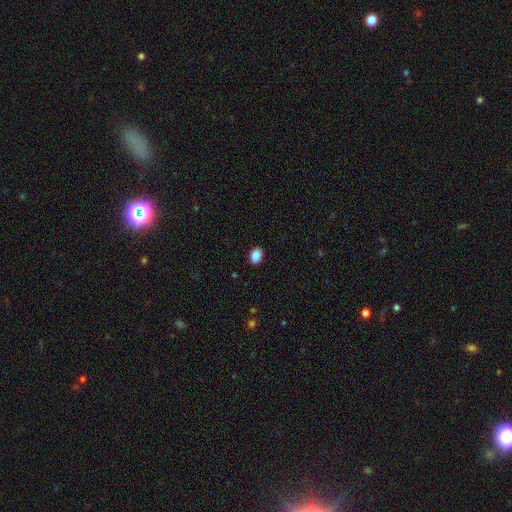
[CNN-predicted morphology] This appears to be a smooth galaxy with no disk features (89%) that is in between round and cigar-shaped (75%). Merging: none (90%).